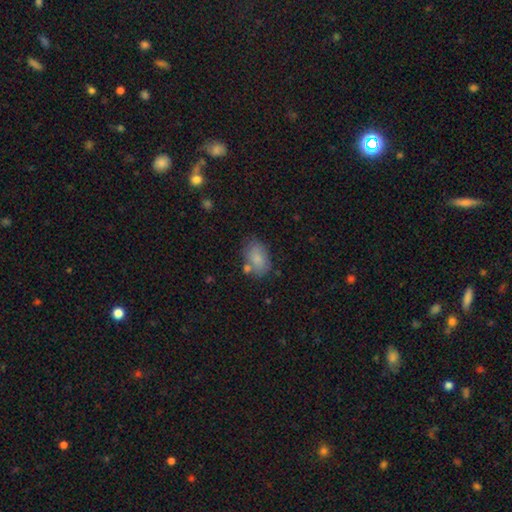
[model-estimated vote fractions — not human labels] Morphology: type=smooth (81%); roundness=in between (87%); merging=none (67%).